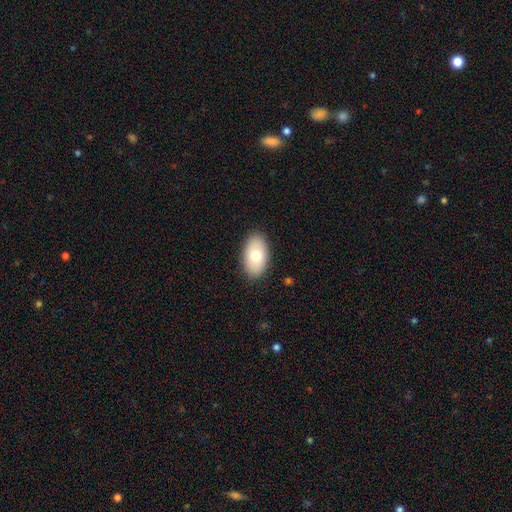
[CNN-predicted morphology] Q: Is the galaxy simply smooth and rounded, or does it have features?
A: smooth — 73%.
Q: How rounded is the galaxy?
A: in between — 93%.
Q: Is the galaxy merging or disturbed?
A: none — 88%.